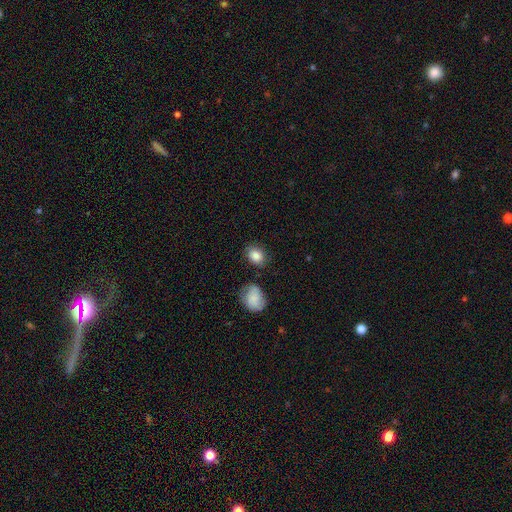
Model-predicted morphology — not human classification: Smooth or featured: smooth — 86% (star or artifact — 8%)
How rounded: in between — 57% (round — 42%)
Merging: none — 77% (minor disturbance — 15%)